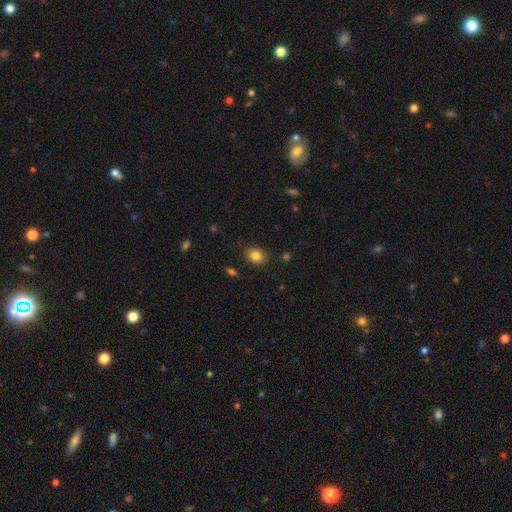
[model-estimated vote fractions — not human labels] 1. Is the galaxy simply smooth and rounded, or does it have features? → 83% smooth, 10% star or artifact, 7% featured or disk.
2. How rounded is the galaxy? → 63% in between, 36% round, 1% cigar-shaped.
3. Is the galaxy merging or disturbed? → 85% none, 11% minor disturbance, 3% major disturbance, 2% merger.